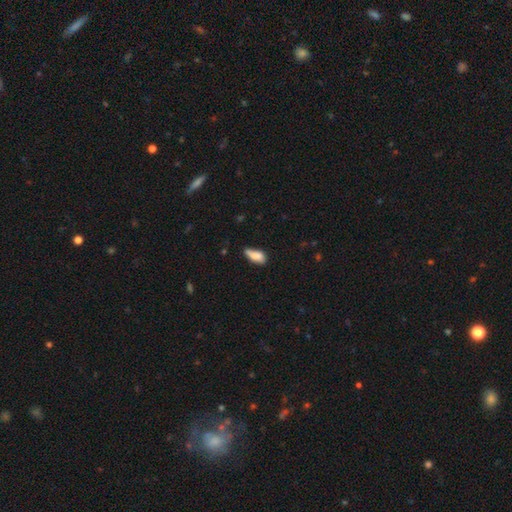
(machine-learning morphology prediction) Q: Smooth or featured?
A: smooth (80%); runner-up: featured or disk (12%)
Q: How rounded?
A: in between (83%); runner-up: cigar-shaped (13%)
Q: Merging?
A: none (44%); runner-up: minor disturbance (37%)